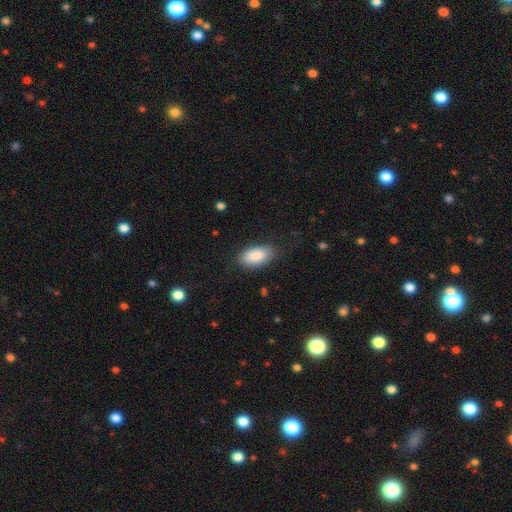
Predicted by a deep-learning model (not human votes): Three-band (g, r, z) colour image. It shows a smooth galaxy with no disk features (88%) that is in between round and cigar-shaped (94%). Merging: none (79%).